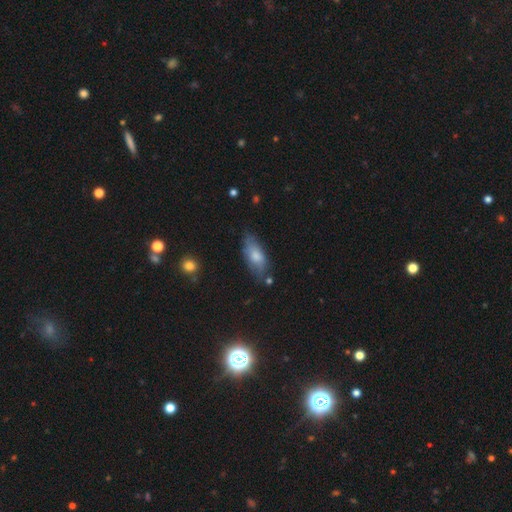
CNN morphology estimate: A smooth galaxy with no disk features (70%) that is in between round and cigar-shaped (83%).

Vote fractions:
- Smooth or featured? smooth: 70% / featured or disk: 23% / star or artifact: 7%
- How rounded? in between: 83% / cigar-shaped: 14% / round: 3%
- Merging? none: 62% / minor disturbance: 28% / major disturbance: 7% / merger: 4%